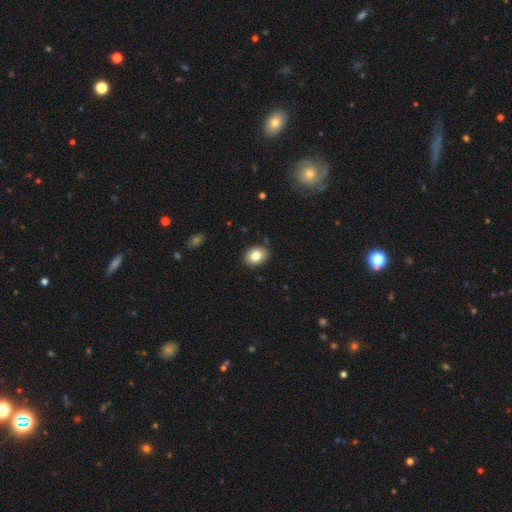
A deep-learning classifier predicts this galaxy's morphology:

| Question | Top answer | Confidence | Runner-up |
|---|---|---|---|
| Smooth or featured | smooth | 83% | star or artifact (9%) |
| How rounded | in between | 59% | round (40%) |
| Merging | none | 89% | minor disturbance (8%) |